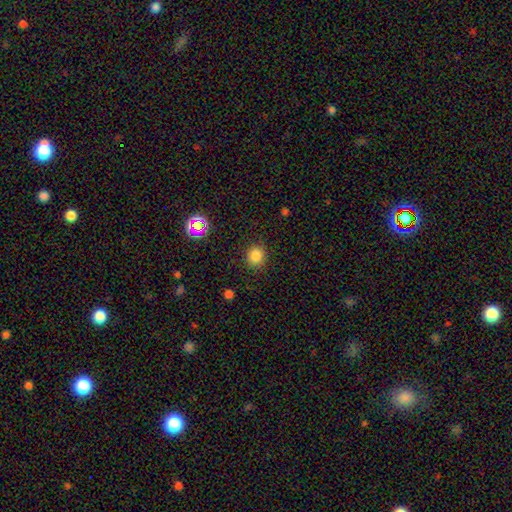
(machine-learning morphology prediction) smooth_or_featured: smooth (p=0.82) [alt: star or artifact p=0.13]
how_rounded: round (p=0.84) [alt: in between p=0.16]
merging: none (p=0.87) [alt: minor disturbance p=0.09]